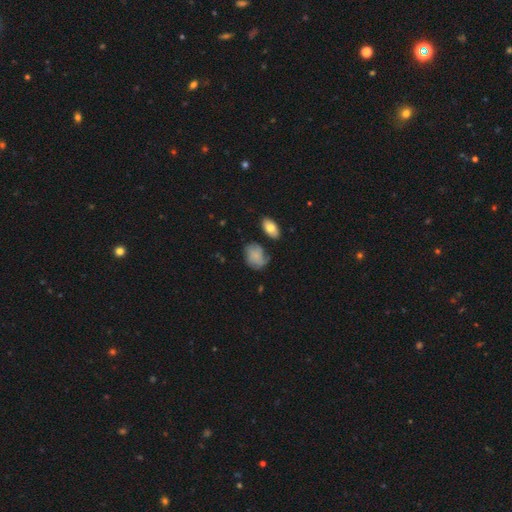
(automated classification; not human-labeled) This appears to be a smooth galaxy with no disk features (56%) that is in between round and cigar-shaped (62%). Merging: none (51%).